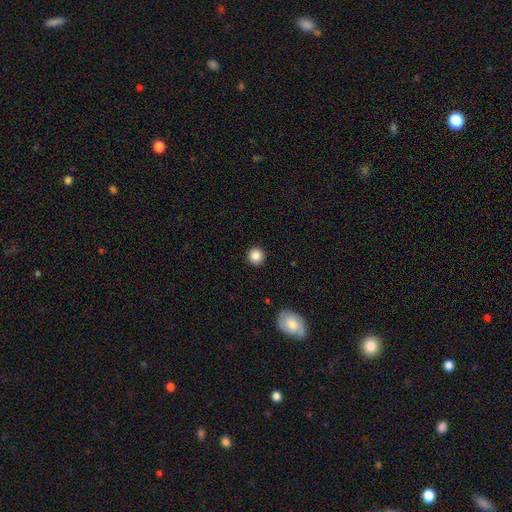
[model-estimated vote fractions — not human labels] Morphology: type=smooth (87%); roundness=round (95%); merging=none (92%).